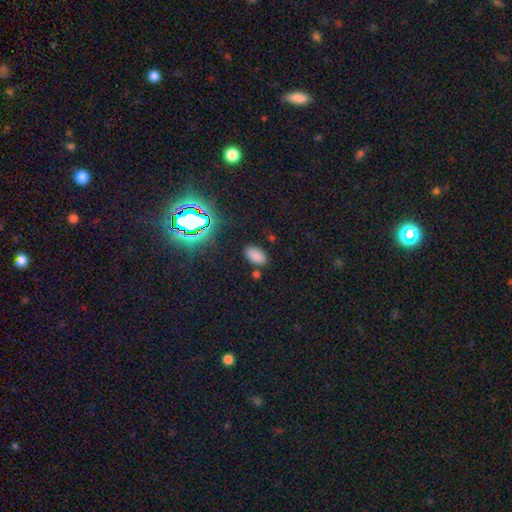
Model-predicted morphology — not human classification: Overall: smooth (78%). How rounded: in between (94%). Merging: none (83%).